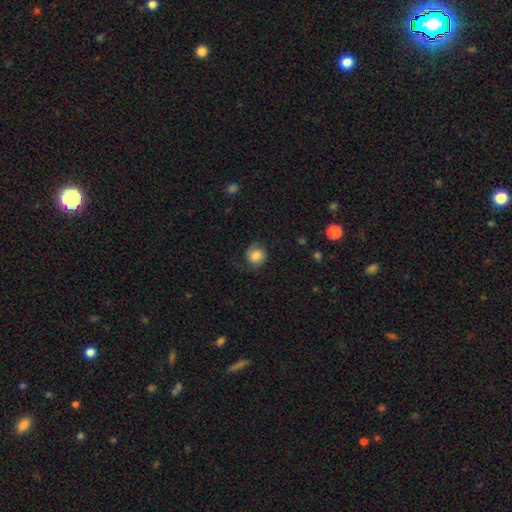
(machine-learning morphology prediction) This is likely a smooth galaxy (79%). How rounded: clearly round (83%). Merging: likely none (73%).